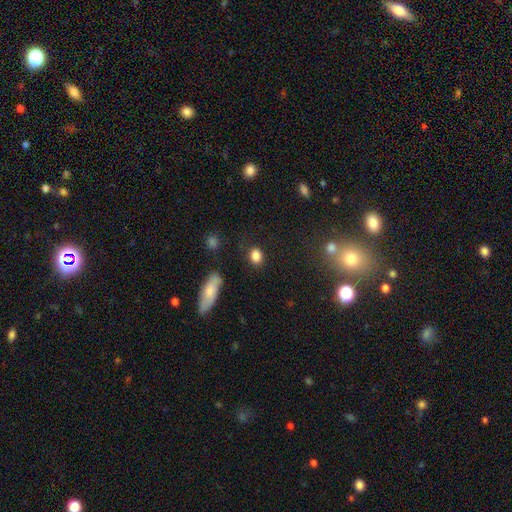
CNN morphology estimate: Q: Smooth or featured?
A: smooth (85%); runner-up: star or artifact (10%)
Q: How rounded?
A: in between (57%); runner-up: round (41%)
Q: Merging?
A: none (82%); runner-up: minor disturbance (12%)